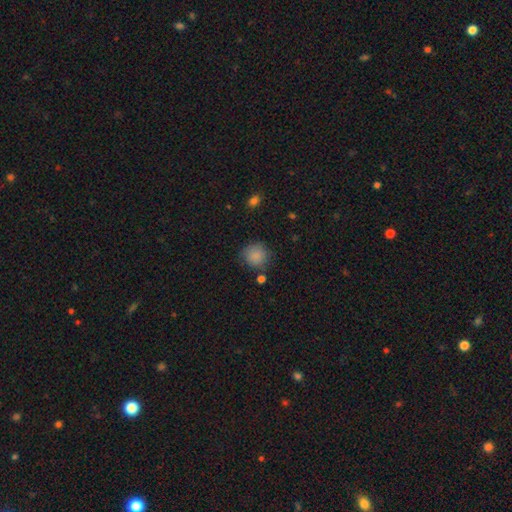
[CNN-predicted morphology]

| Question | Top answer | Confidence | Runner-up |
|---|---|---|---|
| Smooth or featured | smooth | 86% | star or artifact (10%) |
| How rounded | round | 89% | in between (10%) |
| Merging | none | 76% | minor disturbance (15%) |